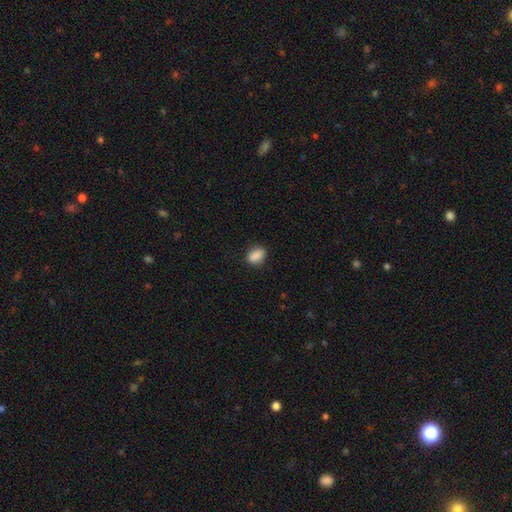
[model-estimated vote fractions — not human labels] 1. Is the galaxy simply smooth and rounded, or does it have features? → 88% smooth, 9% star or artifact, 3% featured or disk.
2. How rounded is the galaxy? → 82% in between, 16% round, 2% cigar-shaped.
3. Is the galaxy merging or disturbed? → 83% none, 13% minor disturbance, 3% major disturbance, 1% merger.